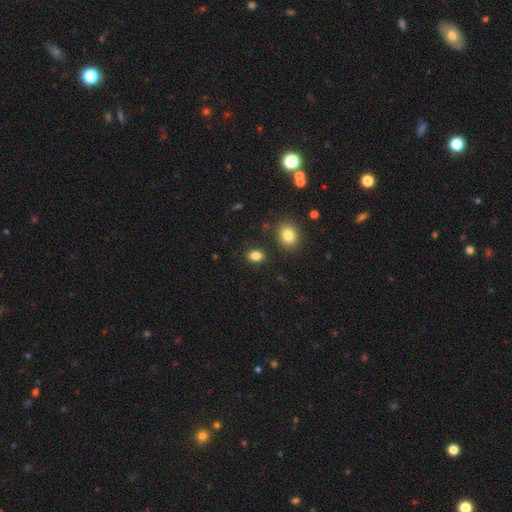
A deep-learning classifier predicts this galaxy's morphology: smooth-or-featured: smooth: 84% | star or artifact: 10% | featured or disk: 5%
  how-rounded: in between: 72% | round: 26% | cigar-shaped: 1%
  merging: none: 86% | minor disturbance: 8% | merger: 3% | major disturbance: 2%